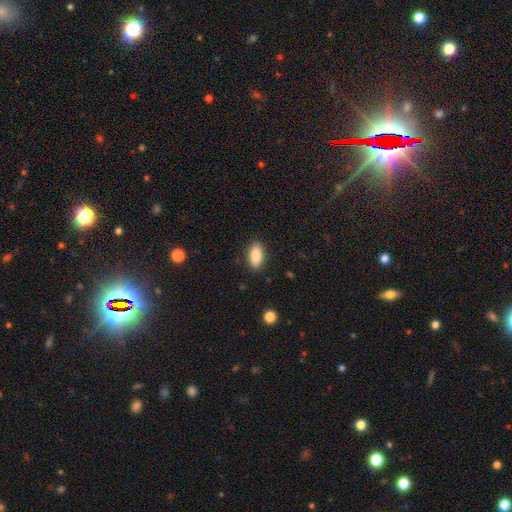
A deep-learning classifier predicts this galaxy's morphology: type=smooth (87%); roundness=in between (88%); merging=none (88%).